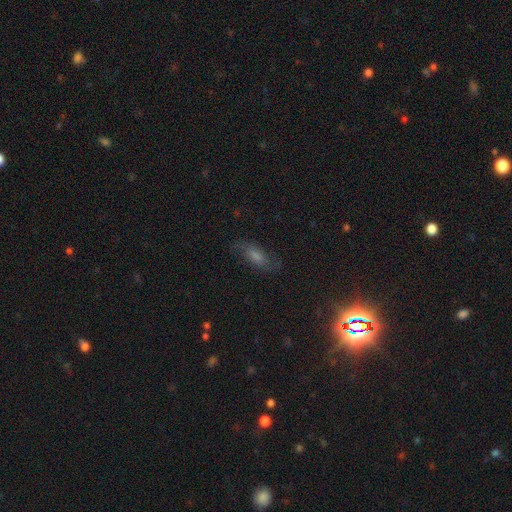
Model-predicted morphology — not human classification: Q: Smooth or featured?
A: smooth (37%); runner-up: featured or disk (36%)
Q: Merging?
A: none (72%); runner-up: minor disturbance (17%)